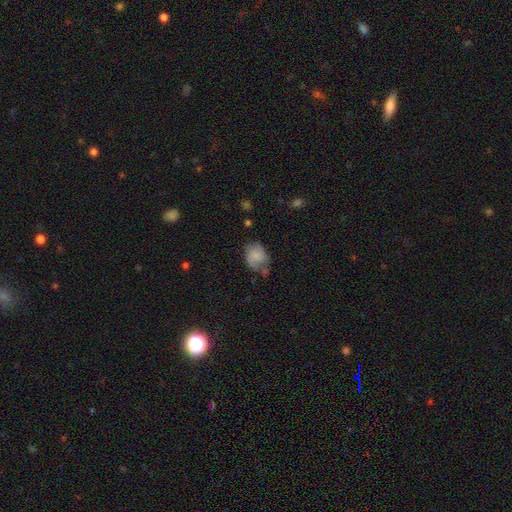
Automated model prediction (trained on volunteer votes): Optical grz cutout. It shows a smooth galaxy with no disk features (62%) that is in between round and cigar-shaped (57%). Merging: none (41%).